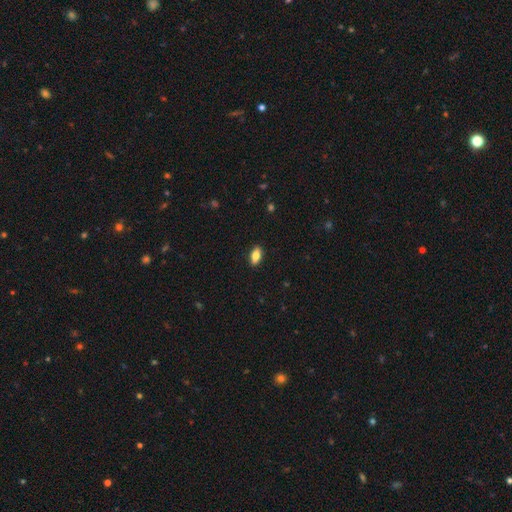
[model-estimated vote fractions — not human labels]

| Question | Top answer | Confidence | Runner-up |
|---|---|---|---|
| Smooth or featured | smooth | 78% | featured or disk (15%) |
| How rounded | in between | 87% | cigar-shaped (9%) |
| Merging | none | 89% | minor disturbance (8%) |